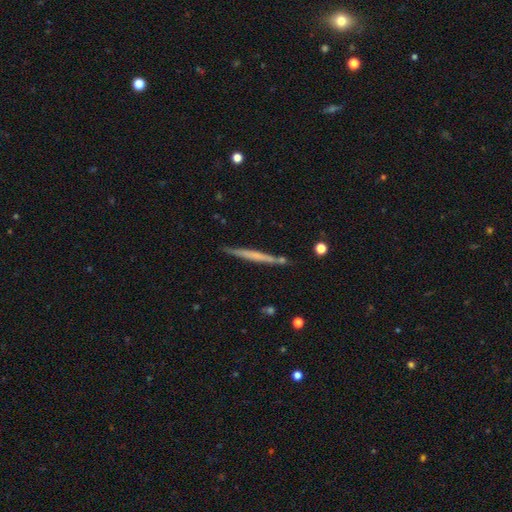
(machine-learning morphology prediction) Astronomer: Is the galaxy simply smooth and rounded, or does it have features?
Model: featured or disk — 51% (runner-up: smooth, 43%).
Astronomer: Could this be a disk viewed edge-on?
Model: yes — 97%.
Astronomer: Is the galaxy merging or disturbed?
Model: none — 85%.